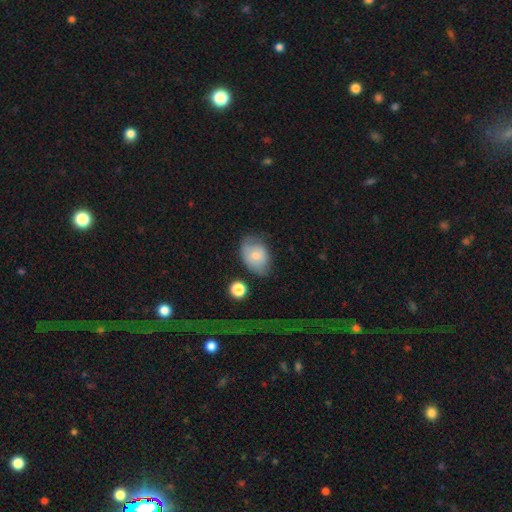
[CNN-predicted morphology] This is likely a smooth galaxy (68%). How rounded: likely in between (73%). Merging: possibly none (52%).